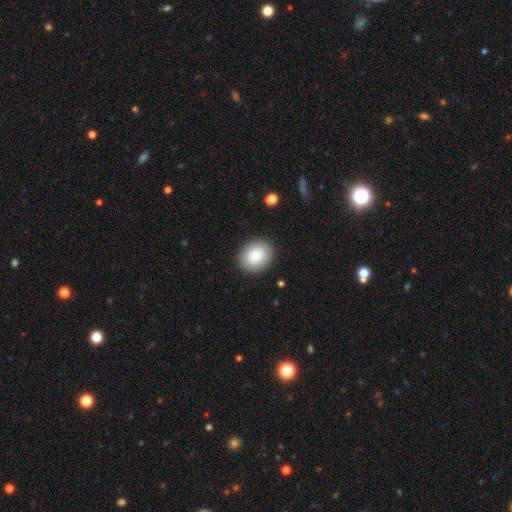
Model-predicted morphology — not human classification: A smooth galaxy with no disk features (75%) that is round (62%). Merging: none (88%).